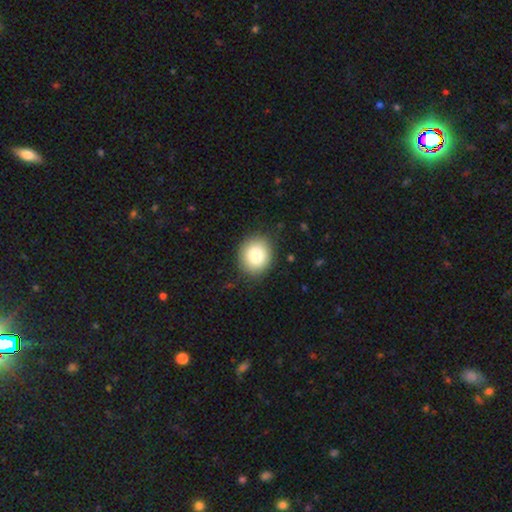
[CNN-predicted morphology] This appears to be a smooth galaxy with no disk features (84%) that is round (75%). Merging: none (88%).